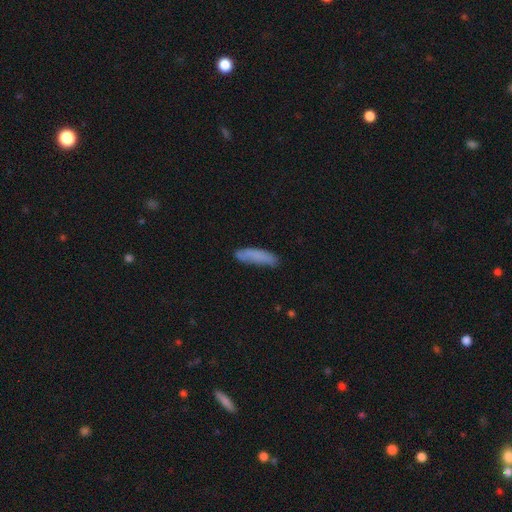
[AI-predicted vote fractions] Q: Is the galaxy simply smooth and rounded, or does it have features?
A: smooth — 80%.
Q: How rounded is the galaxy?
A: cigar-shaped — 70%.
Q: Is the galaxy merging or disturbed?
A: none — 68%.